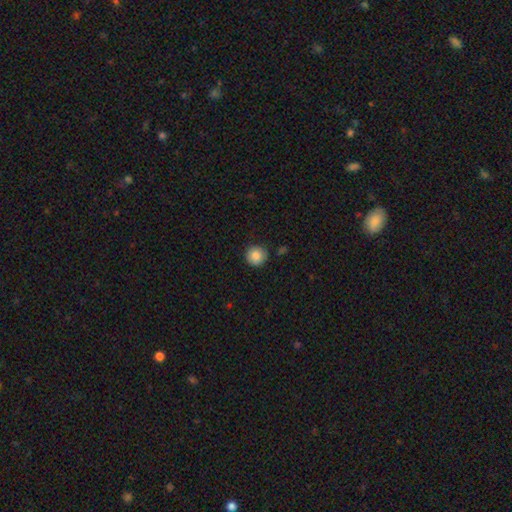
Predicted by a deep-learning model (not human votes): Smooth or featured: smooth — 87% (star or artifact — 9%)
How rounded: round — 94% (in between — 5%)
Merging: none — 87% (minor disturbance — 9%)